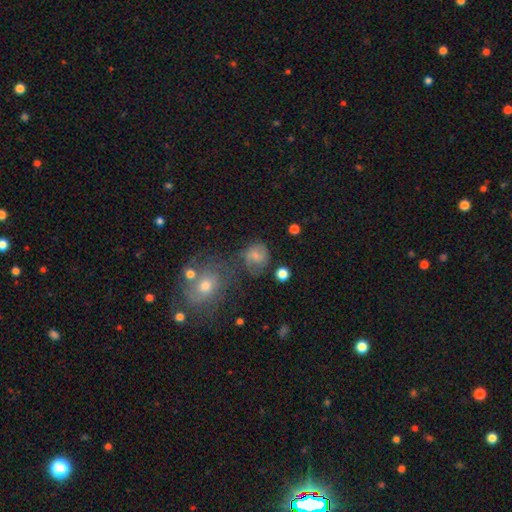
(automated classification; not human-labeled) Overall: smooth (57%; featured or disk 30%). How rounded: round (73%). Merging: none (52%; minor disturbance 22%).